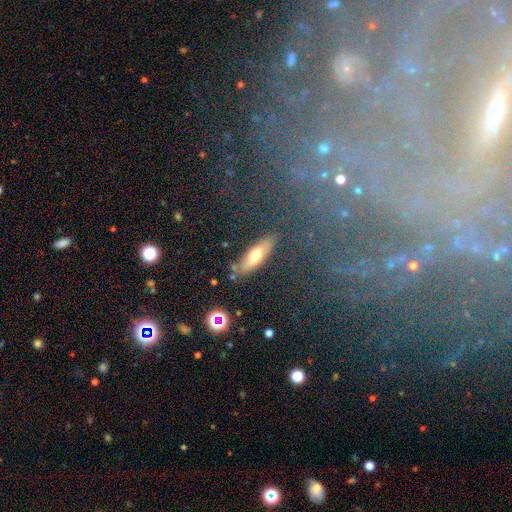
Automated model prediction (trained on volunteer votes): This appears to be a smooth galaxy with no disk features (59%) that is in between round and cigar-shaped (49%). Merging: none (77%).